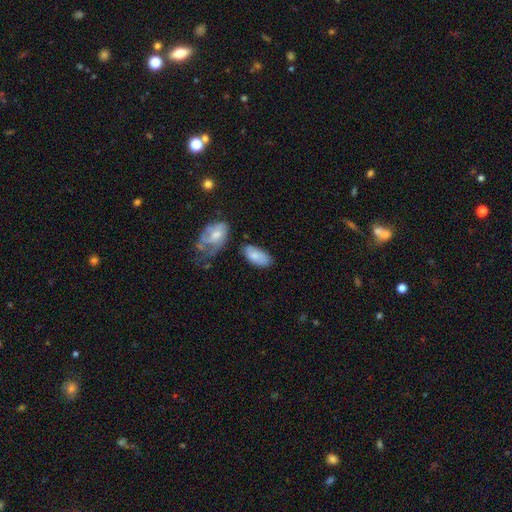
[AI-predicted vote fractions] This is likely a smooth galaxy (76%). How rounded: clearly in between (92%). Merging: likely none (60%).